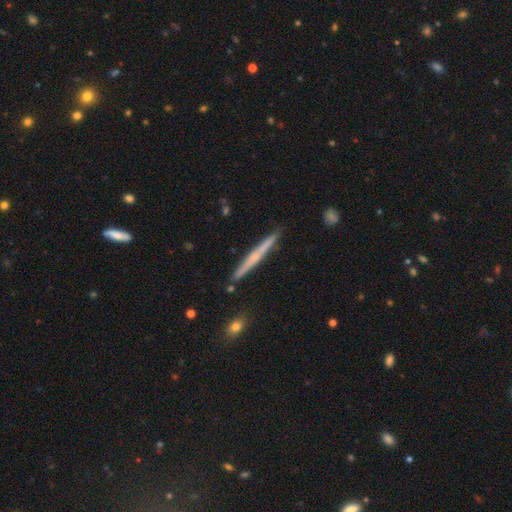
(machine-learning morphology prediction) smooth-or-featured: featured or disk: 54% | smooth: 40% | star or artifact: 6%
  disk-edge-on: yes: 97% | no: 3%
    edge-on-bulge: none: 63% | rounded: 31% | boxy: 6%
  merging: none: 90% | minor disturbance: 7% | merger: 2% | major disturbance: 1%